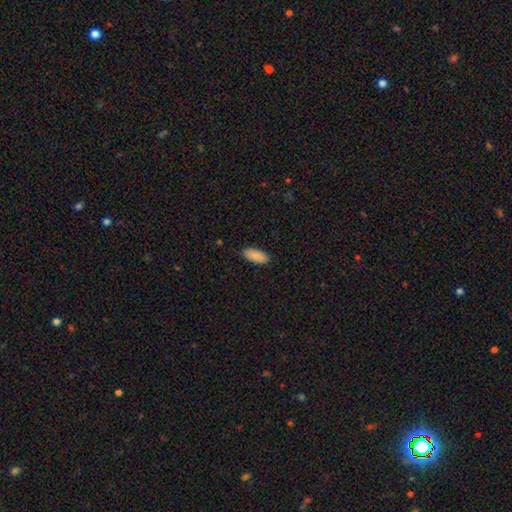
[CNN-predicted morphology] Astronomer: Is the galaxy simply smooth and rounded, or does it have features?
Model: smooth — 89%.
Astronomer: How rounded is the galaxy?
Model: in between — 88%.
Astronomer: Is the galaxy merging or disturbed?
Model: none — 87%.